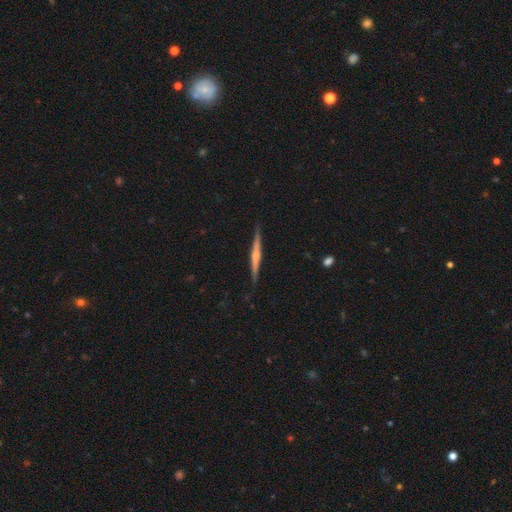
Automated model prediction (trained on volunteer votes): The model was most divided on "smooth or featured": featured or disk: 68%, smooth: 26%, star or artifact: 6%. More confident: edge-on disk — yes (98%); merging — none (88%); edge-on bulge — rounded (69%).